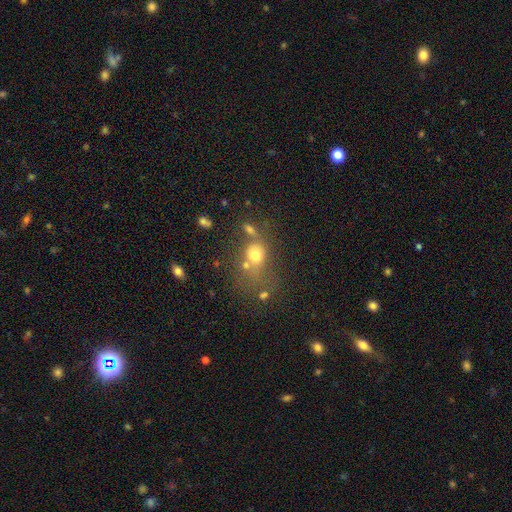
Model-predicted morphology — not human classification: This appears to be a smooth galaxy with no disk features (66%) that is round (53%). Merging: none (35%).